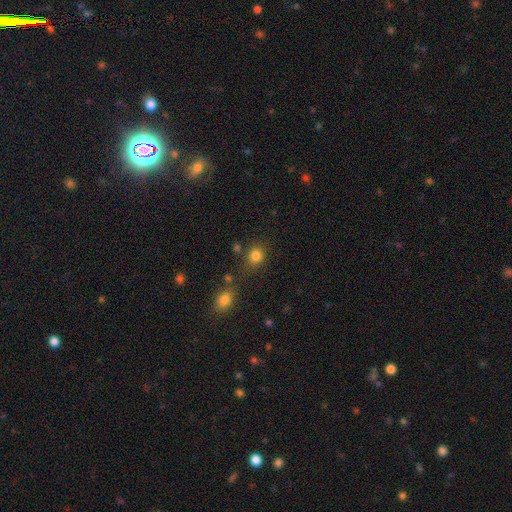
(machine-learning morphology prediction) A smooth galaxy with no disk features (82%) that is round (76%). Merging: none (70%).